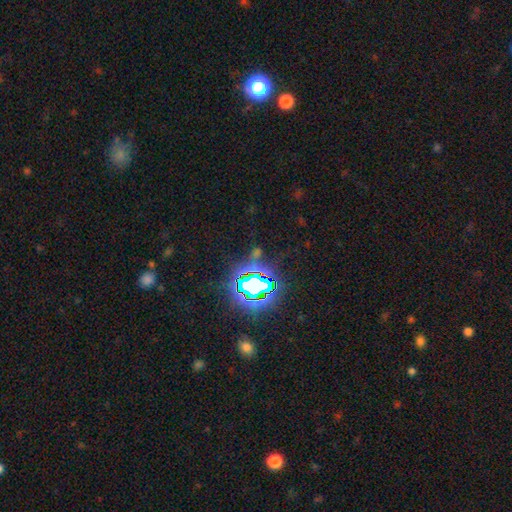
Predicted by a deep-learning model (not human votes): This is likely a star or artifact rather than a galaxy (75%).